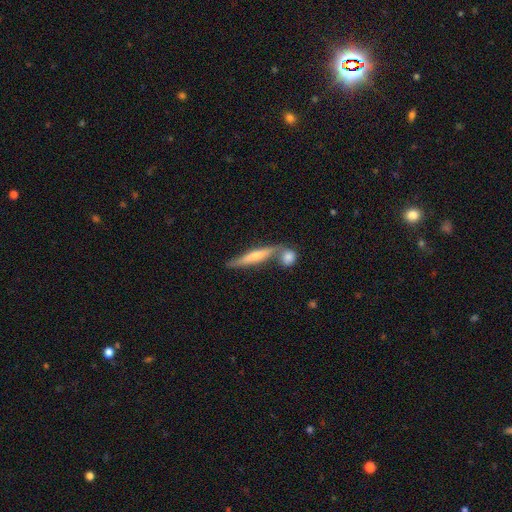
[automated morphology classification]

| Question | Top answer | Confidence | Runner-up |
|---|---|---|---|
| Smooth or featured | featured or disk | 54% | smooth (40%) |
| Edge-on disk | yes | 91% | no (9%) |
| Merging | none | 59% | merger (25%) |